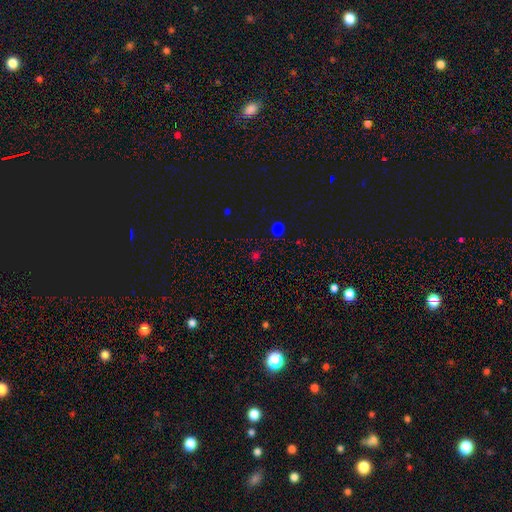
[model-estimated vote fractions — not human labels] Smooth or featured?
  - smooth: 56% *
  - star or artifact: 39%
  - featured or disk: 5%
How rounded?
  - round: 81% *
  - in between: 18%
  - cigar-shaped: 1%
Merging?
  - none: 84% *
  - minor disturbance: 9%
  - major disturbance: 4%
  - merger: 3%